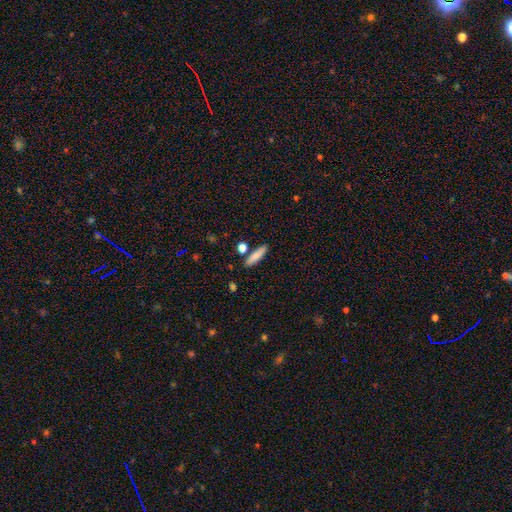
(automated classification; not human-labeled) This appears to be a smooth galaxy with no disk features (82%) that is cigar-shaped (74%). Merging: none (85%).